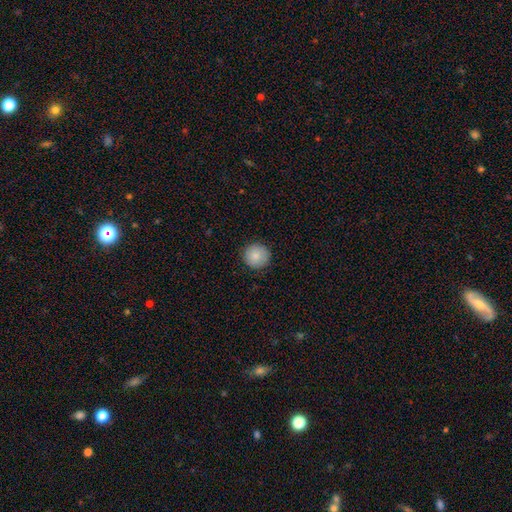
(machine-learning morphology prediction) The model was most divided on "smooth or featured": smooth: 87%, star or artifact: 8%, featured or disk: 6%. More confident: how rounded — round (94%); merging — none (90%).